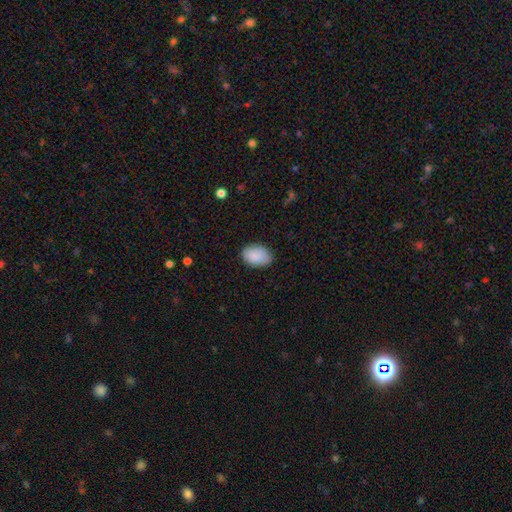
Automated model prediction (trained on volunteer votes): A smooth galaxy with no disk features (89%) that is in between round and cigar-shaped (88%).

Vote fractions:
- Smooth or featured? smooth: 89% / star or artifact: 7% / featured or disk: 5%
- How rounded? in between: 88% / round: 11% / cigar-shaped: 1%
- Merging? none: 83% / minor disturbance: 13% / major disturbance: 3% / merger: 1%